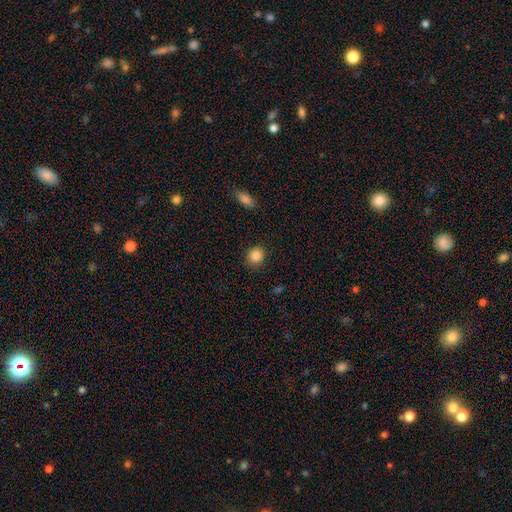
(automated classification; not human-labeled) Overall: smooth (87%). How rounded: round (83%). Merging: none (88%).